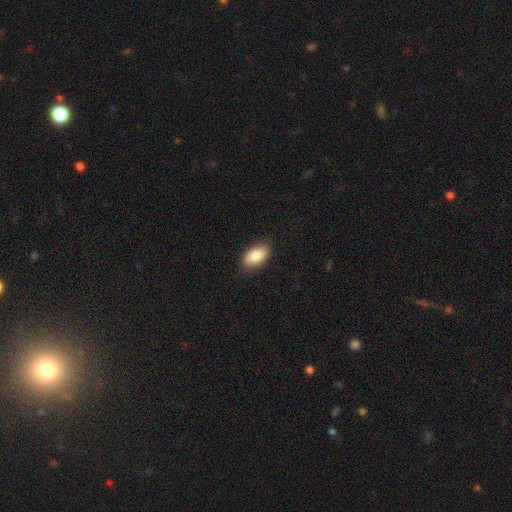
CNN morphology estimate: smooth_or_featured: smooth (p=0.86) [alt: featured or disk p=0.08]
how_rounded: in between (p=0.93) [alt: round p=0.05]
merging: none (p=0.85) [alt: minor disturbance p=0.12]